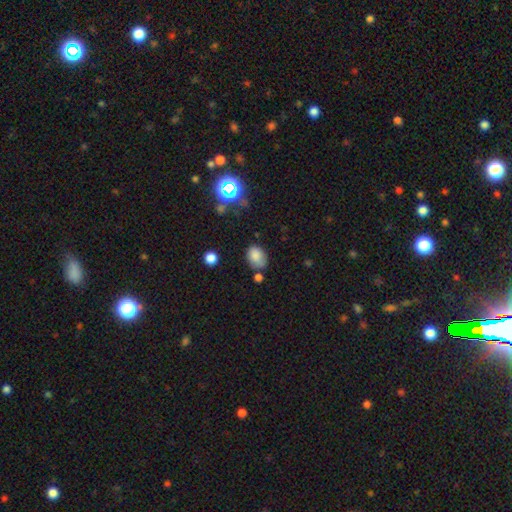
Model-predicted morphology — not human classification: A smooth galaxy with no disk features (79%) that is in between round and cigar-shaped (71%). Merging: none (58%).